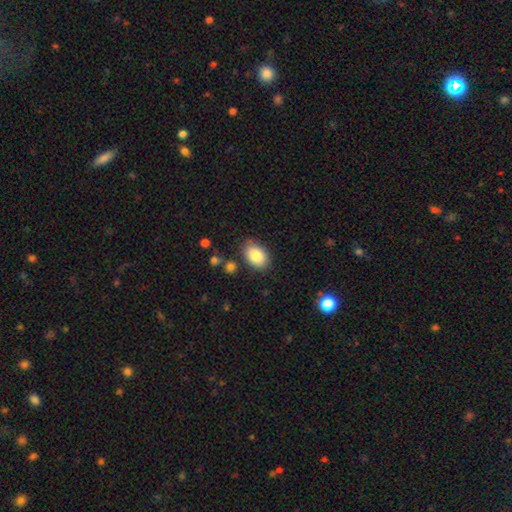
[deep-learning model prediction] Smooth or featured: smooth — 86% (star or artifact — 7%)
How rounded: in between — 87% (round — 12%)
Merging: none — 81% (minor disturbance — 13%)